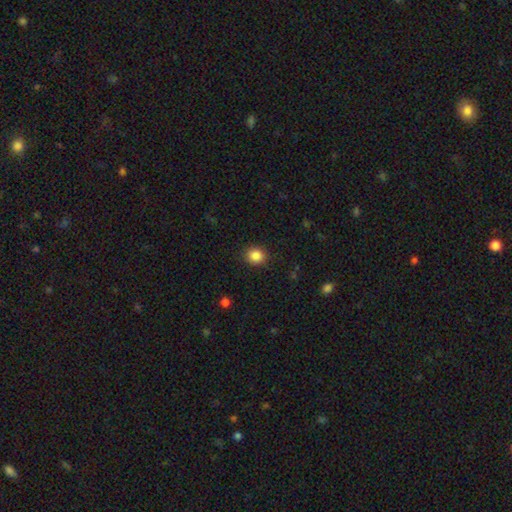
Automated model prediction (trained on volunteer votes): Morphology: type=smooth (86%); roundness=round (79%); merging=none (90%).